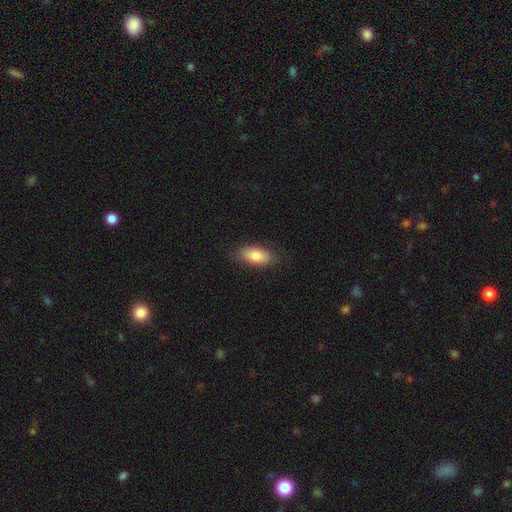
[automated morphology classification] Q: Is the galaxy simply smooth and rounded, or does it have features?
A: smooth — 80%.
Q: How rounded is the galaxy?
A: in between — 87%.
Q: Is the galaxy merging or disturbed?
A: none — 83%.